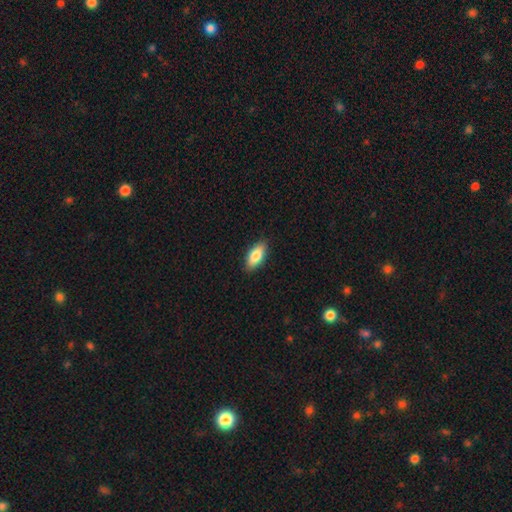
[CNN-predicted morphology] smooth_or_featured: smooth (p=0.83) [alt: featured or disk p=0.11]
how_rounded: in between (p=0.86) [alt: cigar-shaped p=0.11]
merging: none (p=0.89) [alt: minor disturbance p=0.09]